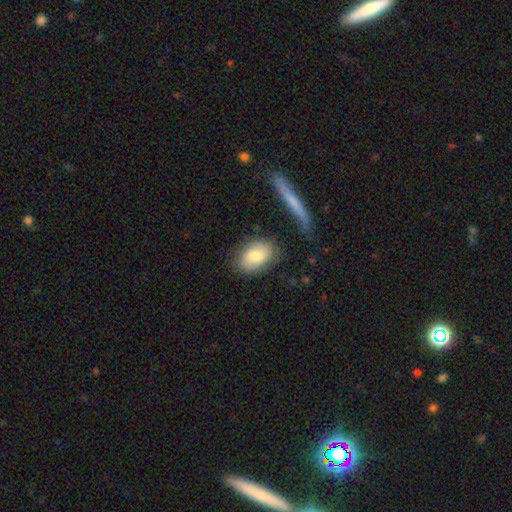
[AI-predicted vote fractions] A smooth galaxy with no disk features (69%) that is in between round and cigar-shaped (86%).

Vote fractions:
- Smooth or featured? smooth: 69% / featured or disk: 25% / star or artifact: 7%
- How rounded? in between: 86% / round: 12% / cigar-shaped: 2%
- Merging? none: 73% / minor disturbance: 17% / major disturbance: 5% / merger: 4%